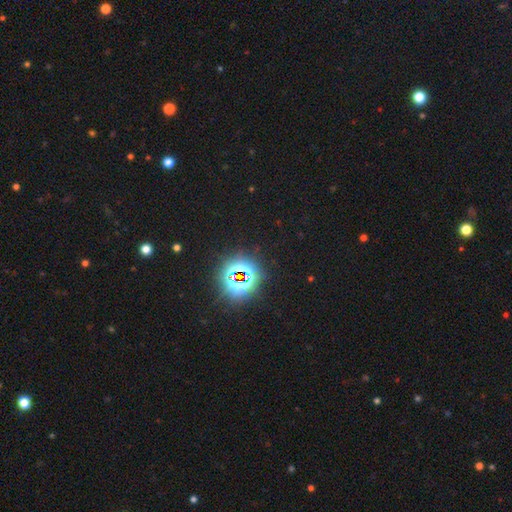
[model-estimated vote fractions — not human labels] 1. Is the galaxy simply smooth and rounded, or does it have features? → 84% star or artifact, 10% smooth, 6% featured or disk.